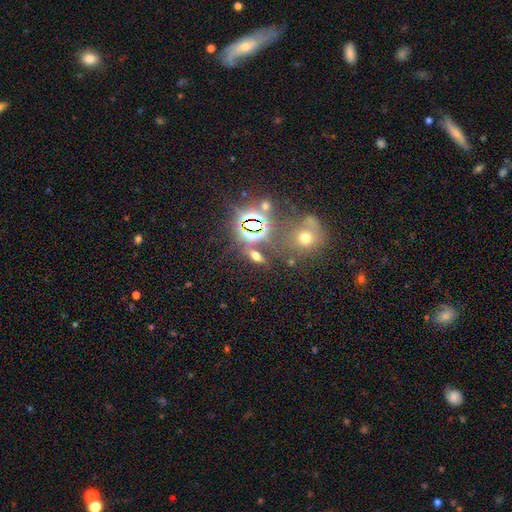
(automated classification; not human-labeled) Overall: smooth (45%; star or artifact 40%). Merging: none (78%).